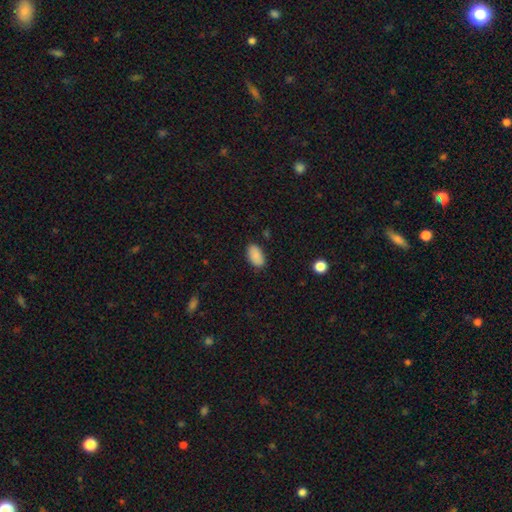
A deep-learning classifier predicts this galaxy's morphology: Smooth or featured? smooth (89%)
How rounded? in between (94%)
Merging? none (85%)